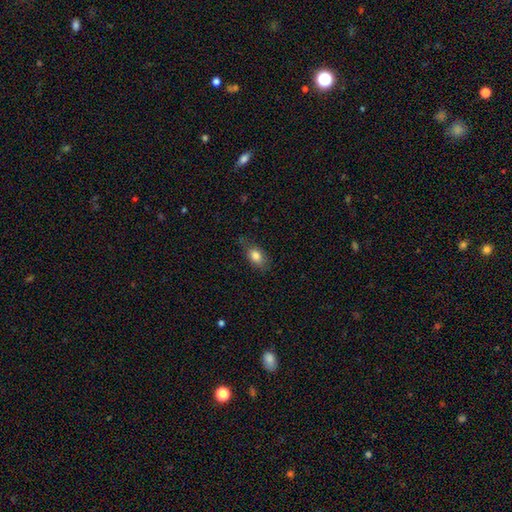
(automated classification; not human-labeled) Q: Smooth or featured?
A: smooth (81%); runner-up: featured or disk (11%)
Q: How rounded?
A: in between (82%); runner-up: round (13%)
Q: Merging?
A: none (67%); runner-up: minor disturbance (25%)